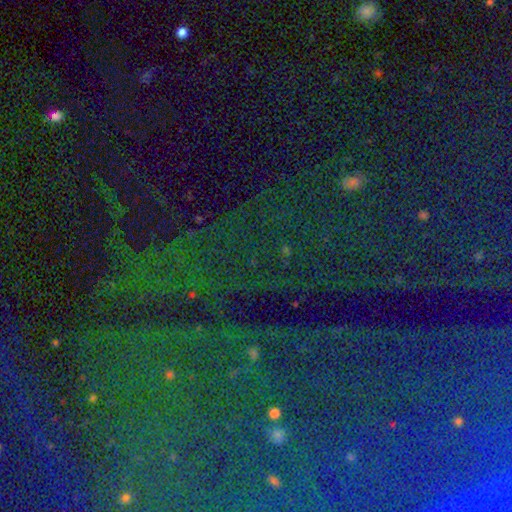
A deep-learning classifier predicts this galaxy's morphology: This is clearly a star or artifact rather than a galaxy (84%).